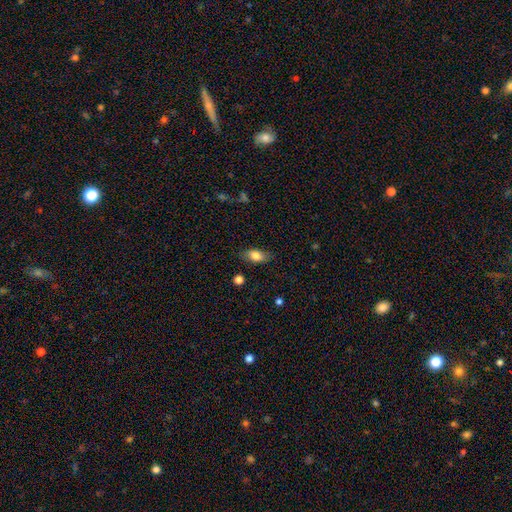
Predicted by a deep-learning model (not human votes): A smooth galaxy with no disk features (81%) that is in between round and cigar-shaped (88%). Merging: none (82%).